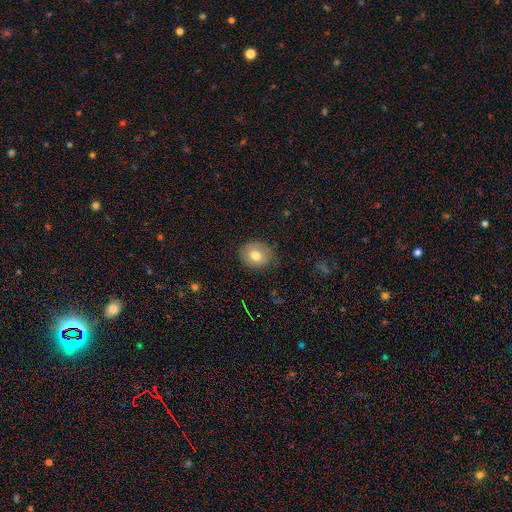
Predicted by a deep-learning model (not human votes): smooth 75%, featured or disk 15%, star or artifact 10%. Down the decision tree: how rounded — round (64%); merging — none (79%).